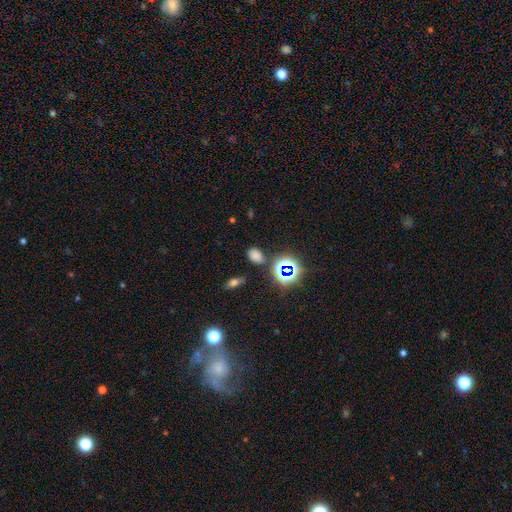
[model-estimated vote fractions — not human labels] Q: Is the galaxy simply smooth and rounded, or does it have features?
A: smooth — 65%.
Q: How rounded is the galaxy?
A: in between — 73%.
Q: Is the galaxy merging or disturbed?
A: none — 79%.